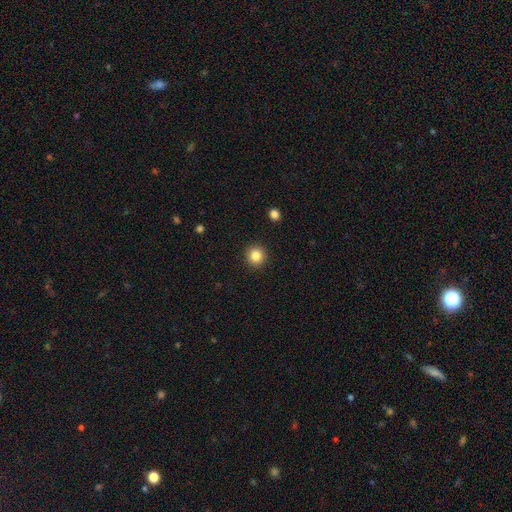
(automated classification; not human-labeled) A smooth galaxy with no disk features (84%) that is round (93%).

Vote fractions:
- Smooth or featured? smooth: 84% / star or artifact: 11% / featured or disk: 5%
- How rounded? round: 93% / in between: 6% / cigar-shaped: 1%
- Merging? none: 92% / minor disturbance: 5% / major disturbance: 2% / merger: 1%